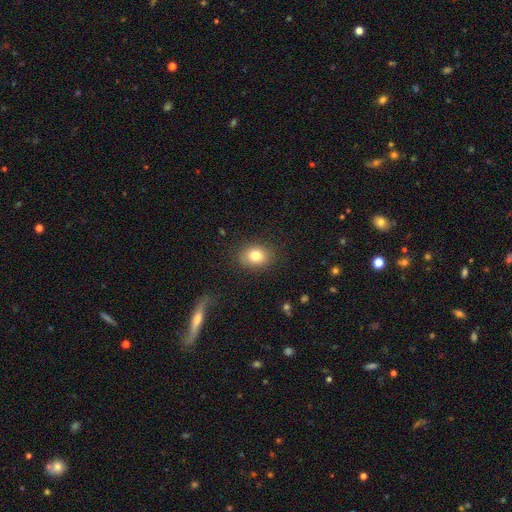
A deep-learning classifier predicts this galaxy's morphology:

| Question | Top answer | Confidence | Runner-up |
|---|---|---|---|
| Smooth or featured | smooth | 80% | featured or disk (10%) |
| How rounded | in between | 56% | round (43%) |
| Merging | none | 86% | minor disturbance (10%) |